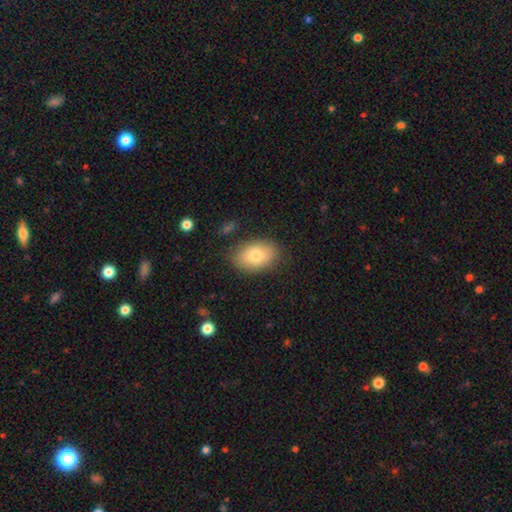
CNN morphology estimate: smooth_or_featured: smooth (p=0.78) [alt: featured or disk p=0.14]
how_rounded: in between (p=0.84) [alt: round p=0.15]
merging: none (p=0.82) [alt: minor disturbance p=0.13]